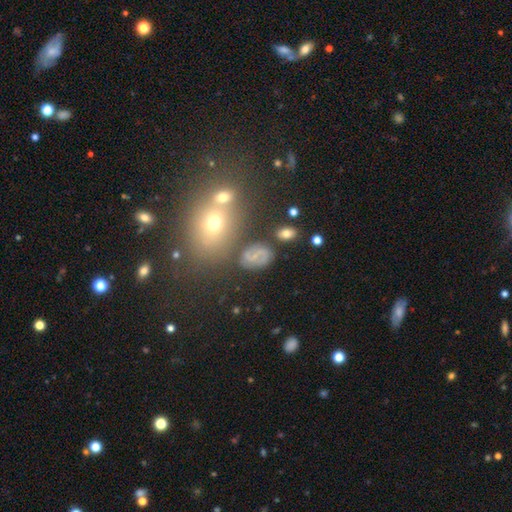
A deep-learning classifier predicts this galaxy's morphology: Overall: featured or disk (47%; smooth 37%). Merging: none (67%).